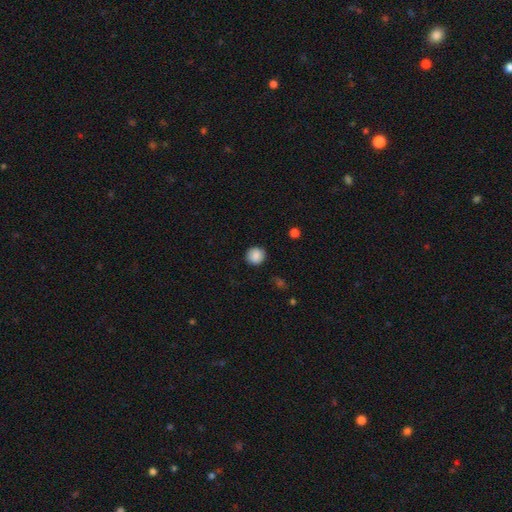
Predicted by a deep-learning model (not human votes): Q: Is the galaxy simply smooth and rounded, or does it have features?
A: smooth — 87%.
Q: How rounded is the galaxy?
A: round — 91%.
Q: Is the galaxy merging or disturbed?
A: none — 88%.